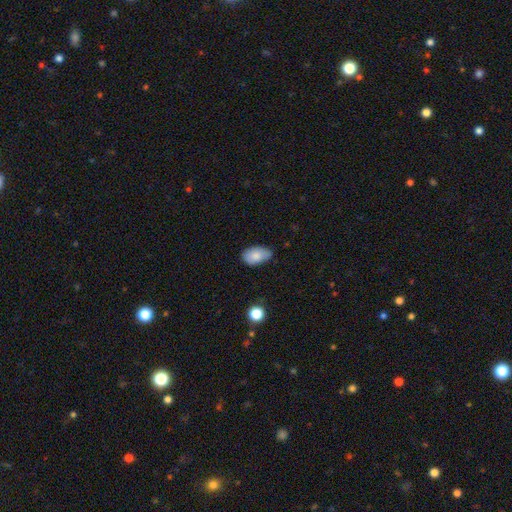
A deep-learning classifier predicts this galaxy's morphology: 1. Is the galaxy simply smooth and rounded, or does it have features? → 82% smooth, 10% featured or disk, 7% star or artifact.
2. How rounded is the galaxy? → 92% in between, 7% round, 1% cigar-shaped.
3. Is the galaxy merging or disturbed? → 65% none, 30% minor disturbance, 4% major disturbance, 2% merger.